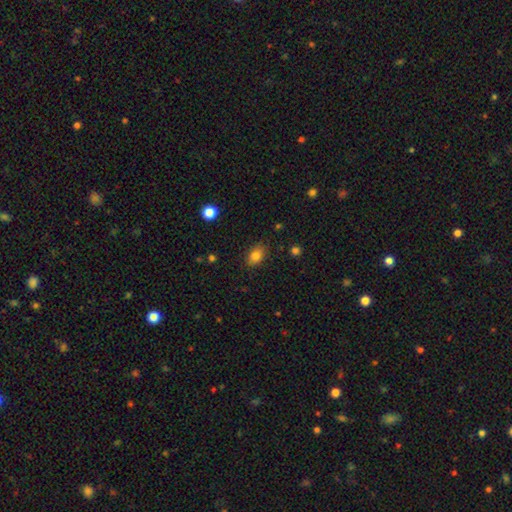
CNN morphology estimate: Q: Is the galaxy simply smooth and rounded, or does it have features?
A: smooth — 82%.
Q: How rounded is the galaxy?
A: in between — 81%.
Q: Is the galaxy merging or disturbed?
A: none — 84%.